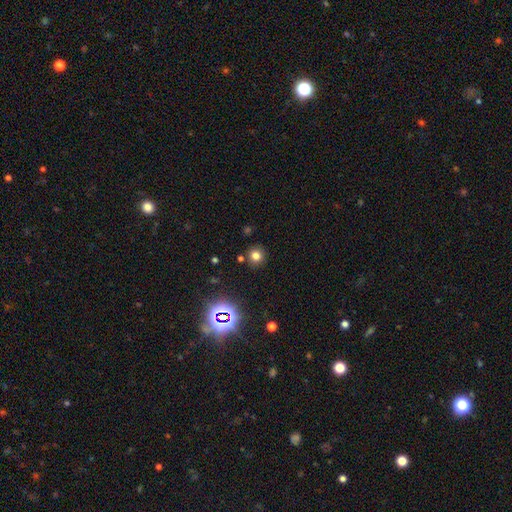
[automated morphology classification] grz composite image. It shows a smooth galaxy with no disk features (74%) that is round (91%). Merging: none (86%).